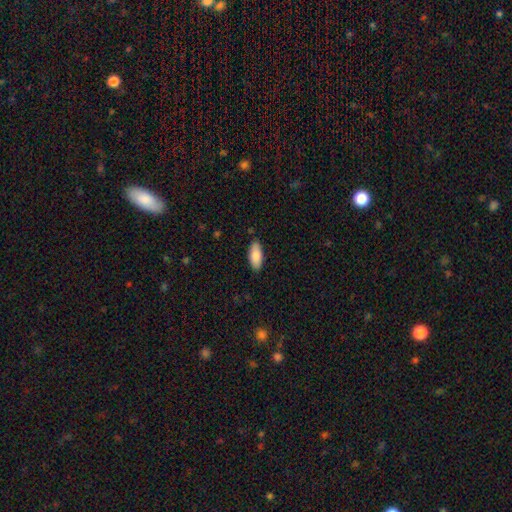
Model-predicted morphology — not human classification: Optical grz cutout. It shows a smooth galaxy with no disk features (88%) that is in between round and cigar-shaped (86%). Merging: none (86%).